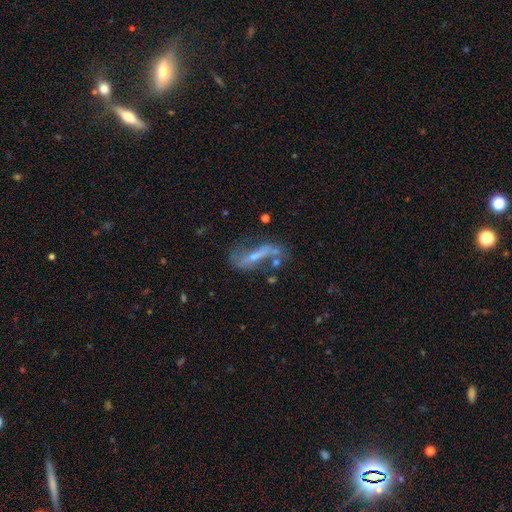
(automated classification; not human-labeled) Q: Smooth or featured?
A: featured or disk (70%); runner-up: smooth (20%)
Q: Edge-on disk?
A: no (69%); runner-up: yes (31%)
Q: Merging?
A: none (48%); runner-up: minor disturbance (22%)